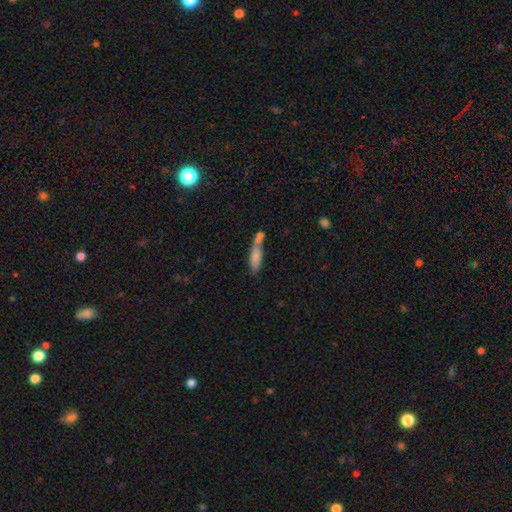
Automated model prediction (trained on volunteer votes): This appears to be a smooth galaxy with no disk features (77%) that is cigar-shaped (60%). Merging: none (43%).